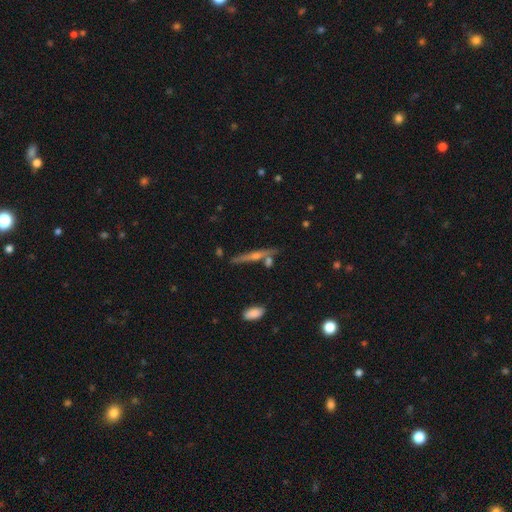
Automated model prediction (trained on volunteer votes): Overall: featured or disk (66%). Edge-on disk: yes (93%). Edge-on bulge: rounded (80%). Merging: none (77%).